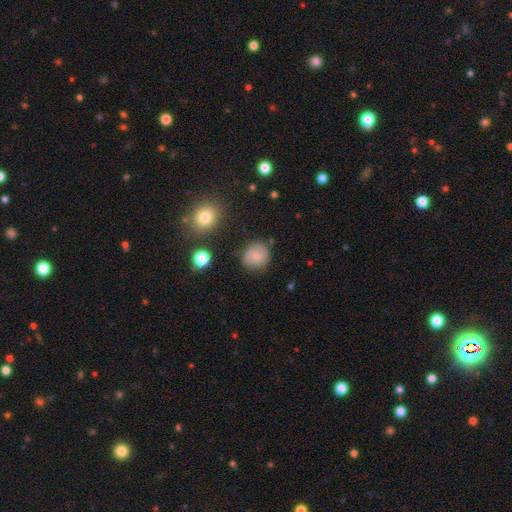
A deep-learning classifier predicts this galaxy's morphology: Smooth or featured? smooth (74%)
How rounded? round (85%)
Merging? none (78%)